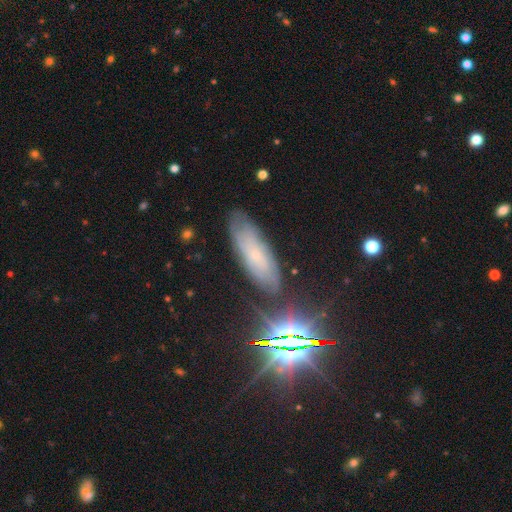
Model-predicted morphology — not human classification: This is marginally a featured or disk galaxy (45%). Merging: likely none (78%).